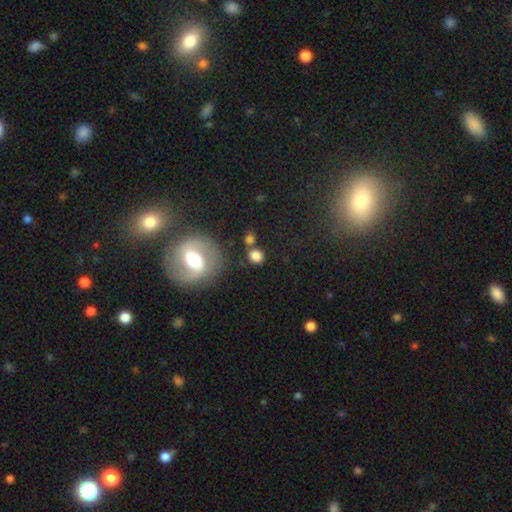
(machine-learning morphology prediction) Smooth or featured?
  - smooth: 77% *
  - star or artifact: 12%
  - featured or disk: 11%
How rounded?
  - round: 75% *
  - in between: 23%
  - cigar-shaped: 2%
Merging?
  - none: 68% *
  - merger: 13%
  - minor disturbance: 13%
  - major disturbance: 6%